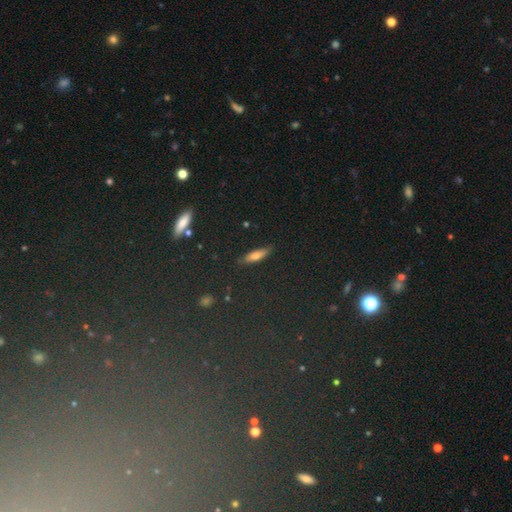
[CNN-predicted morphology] This appears to be a smooth galaxy with no disk features (61%) that is cigar-shaped (73%). Merging: none (84%).